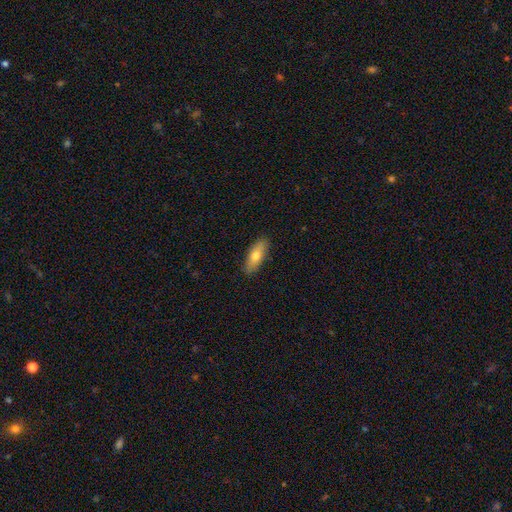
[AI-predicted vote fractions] smooth-or-featured: smooth: 72% | featured or disk: 22% | star or artifact: 6%
  how-rounded: in between: 68% | cigar-shaped: 29% | round: 3%
  merging: none: 88% | minor disturbance: 9% | major disturbance: 2% | merger: 1%